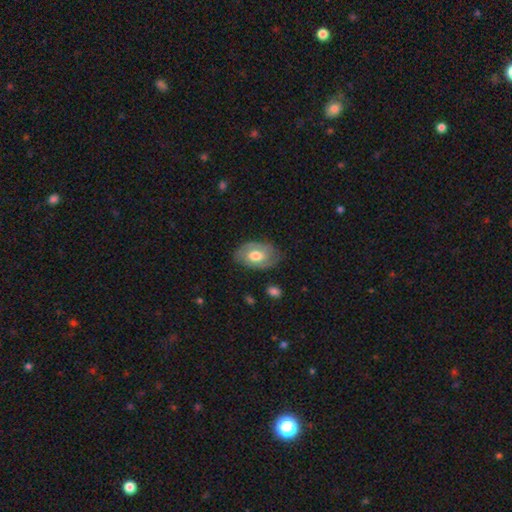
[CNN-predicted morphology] smooth_or_featured: featured or disk (p=0.57) [alt: smooth p=0.37]
disk_edge_on: no (p=0.94) [alt: yes p=0.06]
bar: no (p=0.60) [alt: weak p=0.32]
has_spiral_arms: yes (p=0.69) [alt: no p=0.31]
bulge_size: moderate (p=0.65) [alt: large p=0.25]
merging: none (p=0.75) [alt: minor disturbance p=0.18]